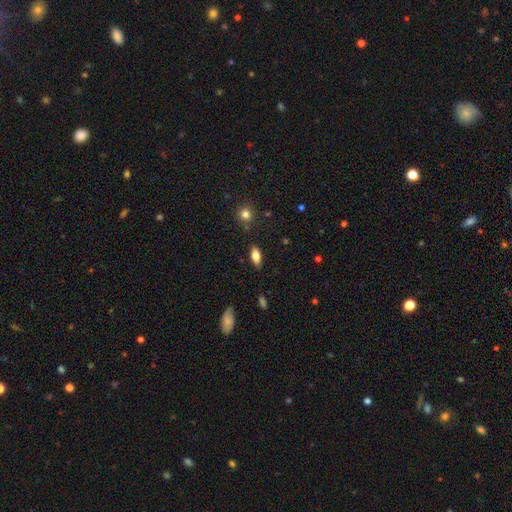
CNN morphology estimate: This appears to be a smooth galaxy with no disk features (74%) that is in between round and cigar-shaped (84%). Merging: none (84%).